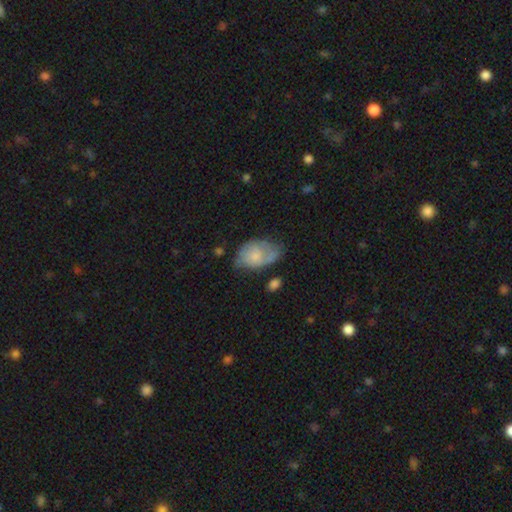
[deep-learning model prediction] A smooth galaxy with no disk features (62%) that is in between round and cigar-shaped (86%). Merging: minor disturbance (37%).